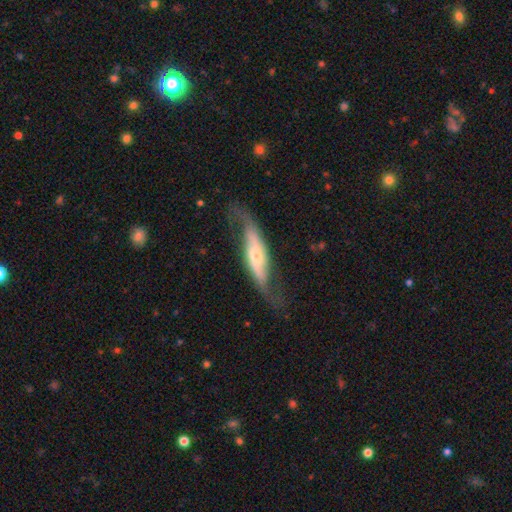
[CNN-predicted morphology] A featured or disk galaxy (77%) with no bar (47%), spiral arms (89%) and a small central bulge (49%). Merging: none (64%).